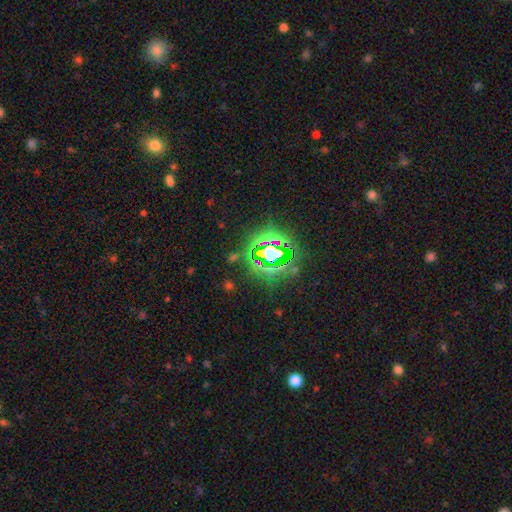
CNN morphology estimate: A star or artifact, not a galaxy (80%).

Vote fractions:
- Smooth or featured? star or artifact: 80% / smooth: 12% / featured or disk: 8%